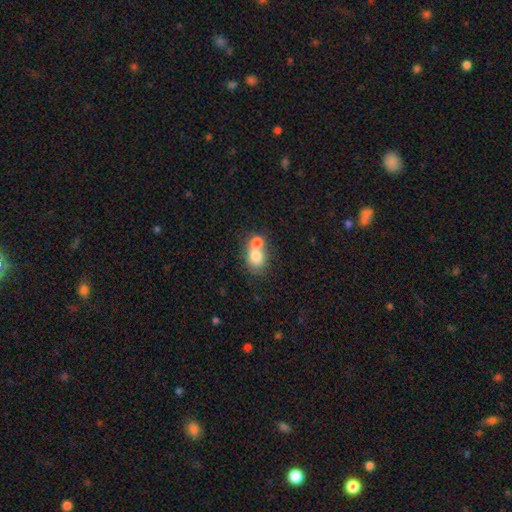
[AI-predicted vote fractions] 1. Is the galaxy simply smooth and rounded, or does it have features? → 74% smooth, 16% featured or disk, 10% star or artifact.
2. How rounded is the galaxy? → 58% round, 41% in between, 1% cigar-shaped.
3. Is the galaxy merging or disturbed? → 62% merger, 28% none, 7% minor disturbance, 3% major disturbance.